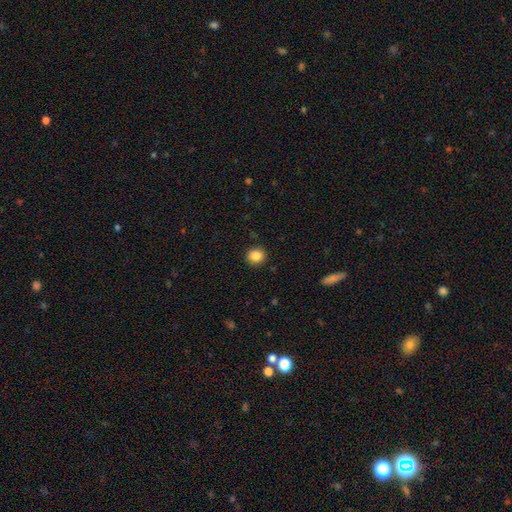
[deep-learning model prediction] Overall: smooth (86%). How rounded: round (87%). Merging: none (91%).